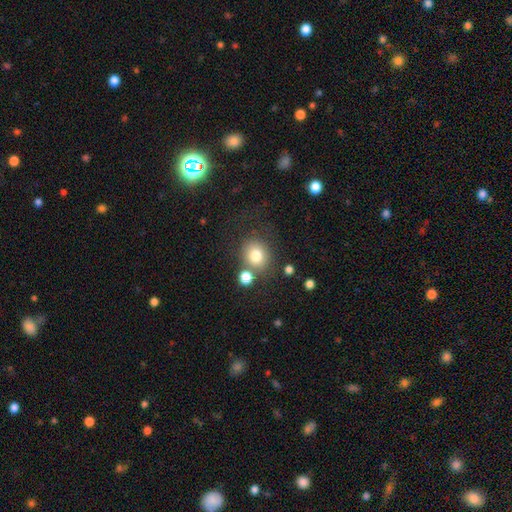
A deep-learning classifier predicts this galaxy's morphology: Smooth or featured: smooth — 78% (star or artifact — 12%)
How rounded: round — 75% (in between — 24%)
Merging: none — 66% (merger — 16%)